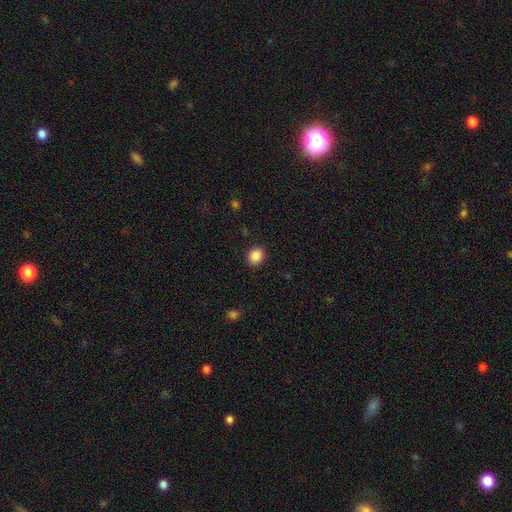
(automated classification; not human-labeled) A smooth galaxy with no disk features (88%) that is round (69%).

Vote fractions:
- Smooth or featured? smooth: 88% / star or artifact: 9% / featured or disk: 3%
- How rounded? round: 69% / in between: 30% / cigar-shaped: 1%
- Merging? none: 89% / minor disturbance: 7% / major disturbance: 2% / merger: 1%